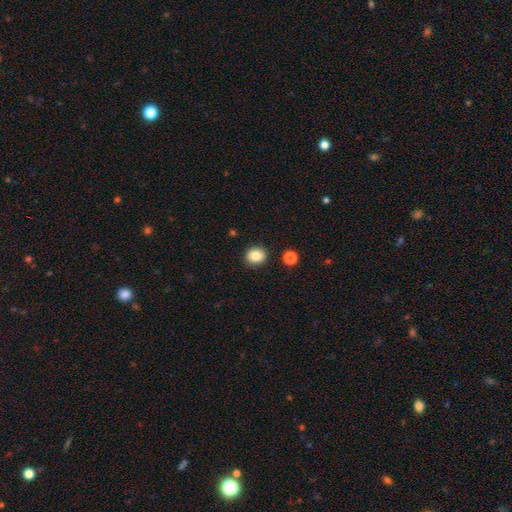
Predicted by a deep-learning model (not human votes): Smooth or featured: smooth — 85% (star or artifact — 10%)
How rounded: round — 70% (in between — 29%)
Merging: none — 88% (minor disturbance — 7%)